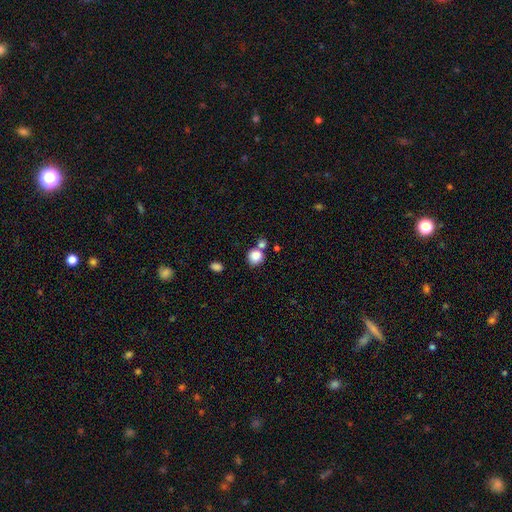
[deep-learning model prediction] smooth_or_featured: smooth (p=0.85) [alt: star or artifact p=0.10]
how_rounded: round (p=0.87) [alt: in between p=0.12]
merging: none (p=0.61) [alt: merger p=0.25]